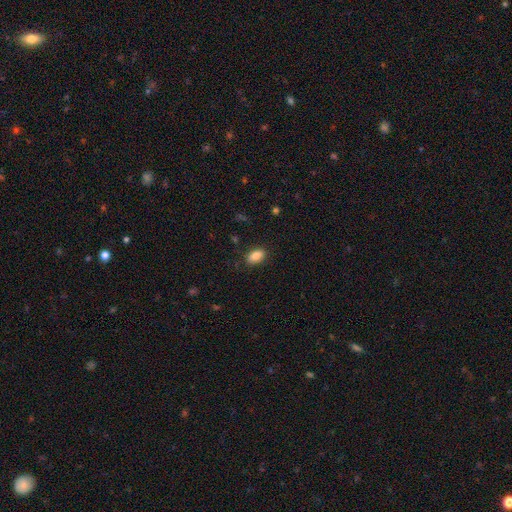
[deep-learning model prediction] This appears to be a smooth galaxy with no disk features (85%) that is in between round and cigar-shaped (90%). Merging: none (86%).